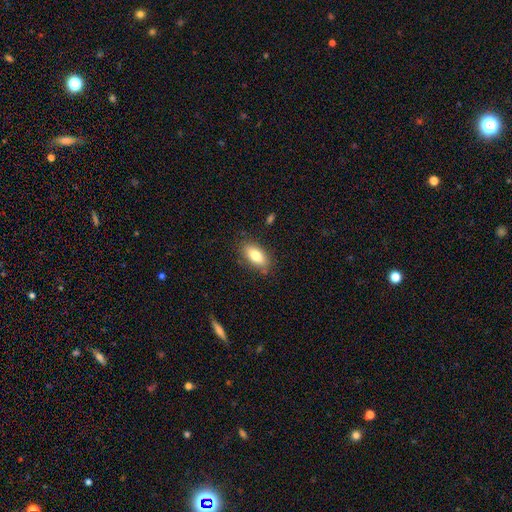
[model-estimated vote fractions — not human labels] smooth_or_featured: smooth (p=0.81) [alt: featured or disk p=0.12]
how_rounded: in between (p=0.86) [alt: cigar-shaped p=0.11]
merging: none (p=0.81) [alt: minor disturbance p=0.14]